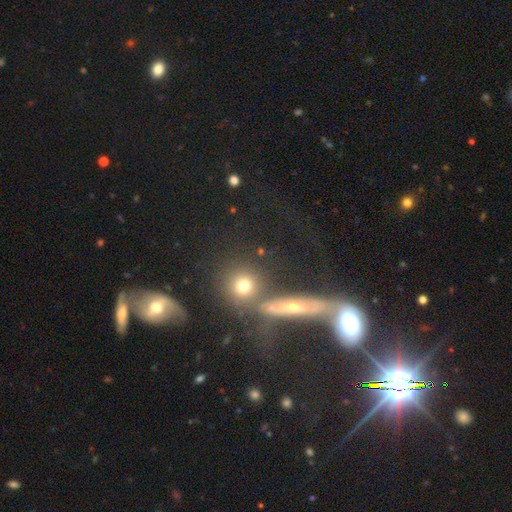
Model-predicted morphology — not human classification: Overall: star or artifact (36%; smooth 34%).